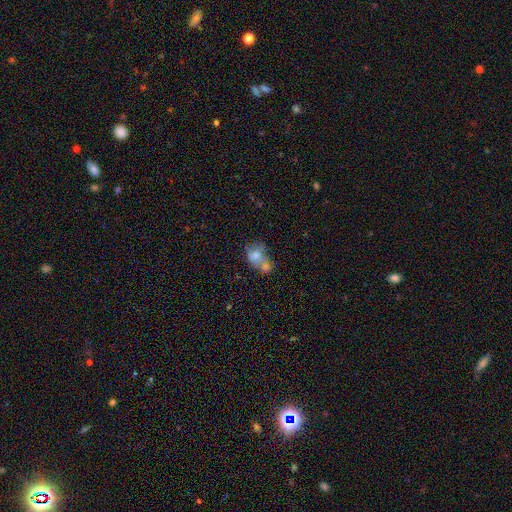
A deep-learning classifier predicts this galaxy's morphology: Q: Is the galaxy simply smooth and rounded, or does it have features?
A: smooth — 61%.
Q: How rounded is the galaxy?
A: in between — 52%.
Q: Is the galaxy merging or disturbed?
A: merger — 59%.